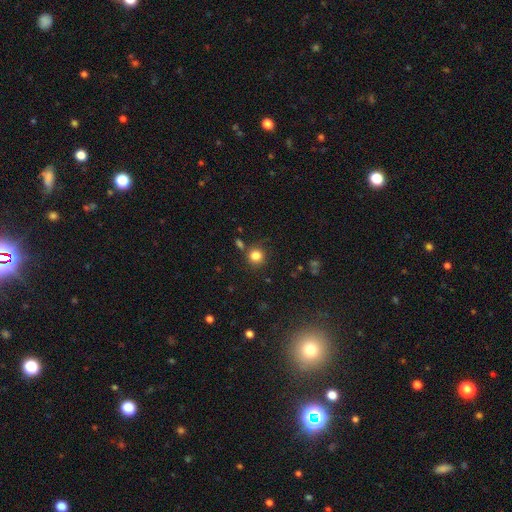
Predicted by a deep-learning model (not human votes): Morphology: type=smooth (83%); roundness=round (91%); merging=none (80%).